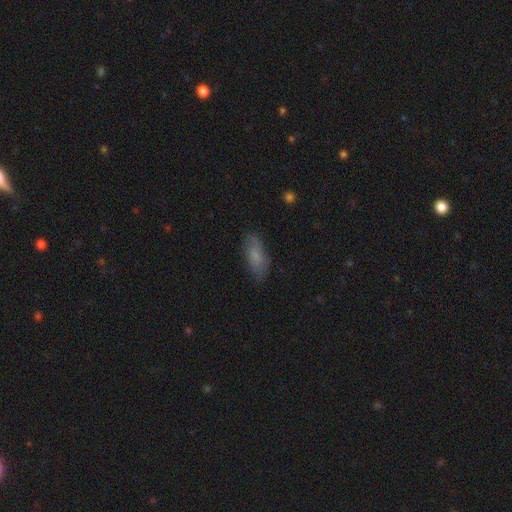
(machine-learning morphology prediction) This is likely a smooth galaxy (71%). How rounded: likely in between (77%). Merging: likely none (77%).